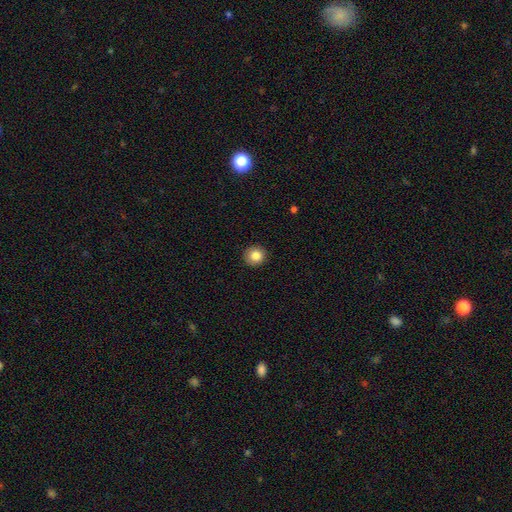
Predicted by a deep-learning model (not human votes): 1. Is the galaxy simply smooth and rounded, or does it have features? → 84% smooth, 10% star or artifact, 6% featured or disk.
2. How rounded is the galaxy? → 90% round, 9% in between, 1% cigar-shaped.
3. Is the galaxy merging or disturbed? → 91% none, 6% minor disturbance, 2% major disturbance, 1% merger.